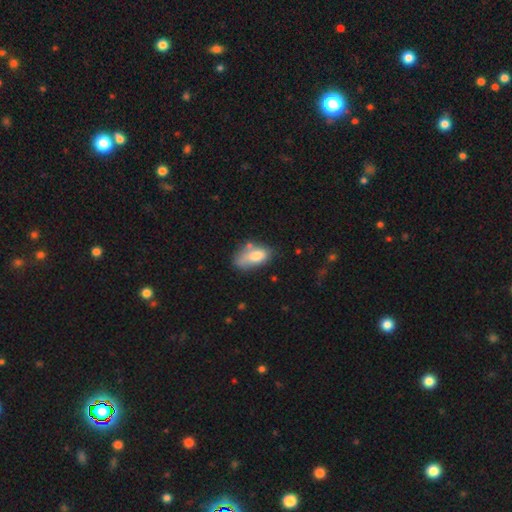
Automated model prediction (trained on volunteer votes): Q: Smooth or featured?
A: smooth (75%); runner-up: featured or disk (17%)
Q: How rounded?
A: in between (90%); runner-up: cigar-shaped (5%)
Q: Merging?
A: none (42%); runner-up: minor disturbance (28%)